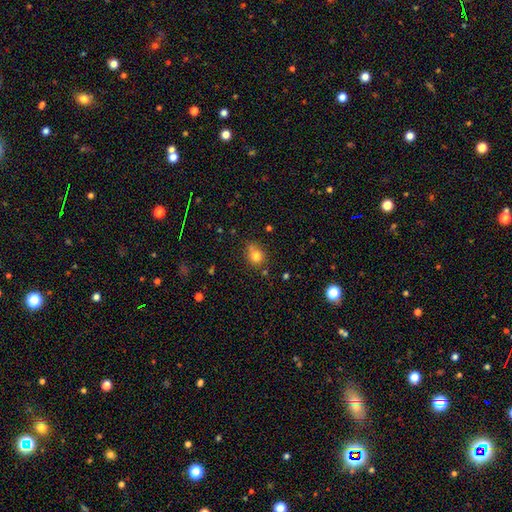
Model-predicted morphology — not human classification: A smooth galaxy with no disk features (80%) that is round (67%).

Vote fractions:
- Smooth or featured? smooth: 80% / star or artifact: 12% / featured or disk: 8%
- How rounded? round: 67% / in between: 32% / cigar-shaped: 1%
- Merging? none: 66% / minor disturbance: 22% / merger: 7% / major disturbance: 5%